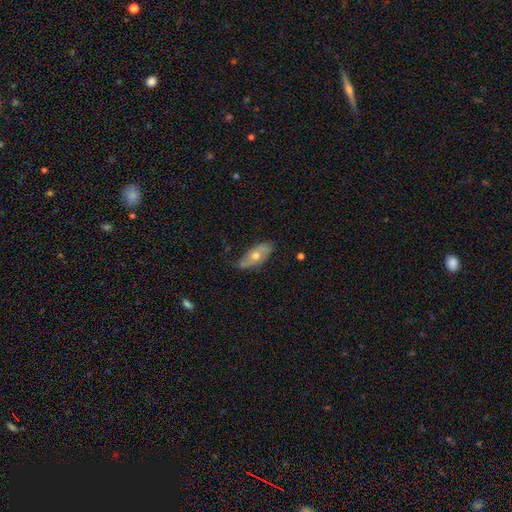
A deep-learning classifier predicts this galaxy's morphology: Smooth or featured? featured or disk (50%)
Edge-on disk? no (75%)
Merging? none (70%)